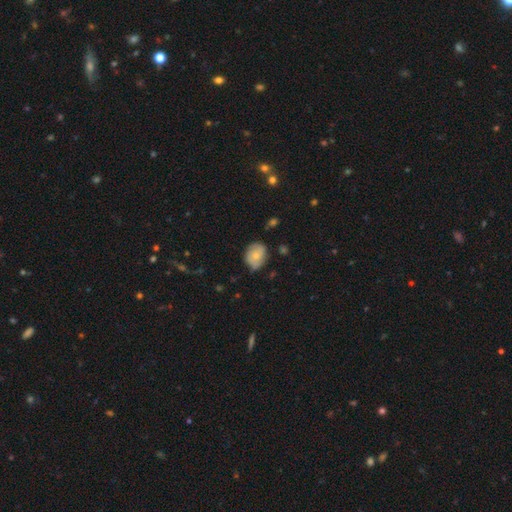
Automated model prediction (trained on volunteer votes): smooth_or_featured: smooth (p=0.67) [alt: featured or disk p=0.25]
how_rounded: round (p=0.53) [alt: in between p=0.46]
merging: none (p=0.61) [alt: minor disturbance p=0.31]